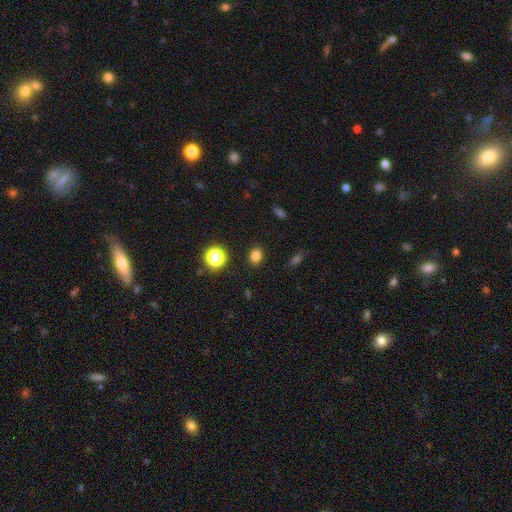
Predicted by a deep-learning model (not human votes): Smooth or featured?
  - smooth: 79% *
  - star or artifact: 15%
  - featured or disk: 5%
How rounded?
  - in between: 52% *
  - round: 47%
  - cigar-shaped: 1%
Merging?
  - none: 88% *
  - minor disturbance: 7%
  - major disturbance: 2%
  - merger: 2%